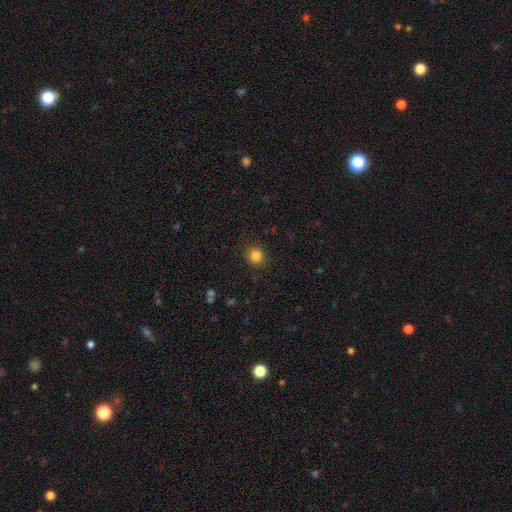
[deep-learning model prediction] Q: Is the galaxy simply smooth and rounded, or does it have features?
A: smooth — 84%.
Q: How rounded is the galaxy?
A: round — 84%.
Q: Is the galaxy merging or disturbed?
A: none — 89%.